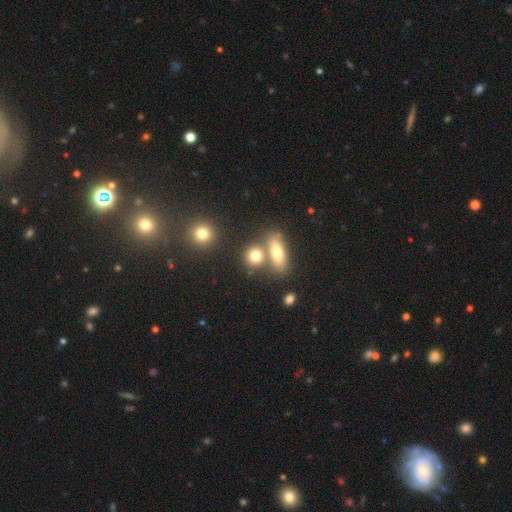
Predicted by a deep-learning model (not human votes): Morphology: type=smooth (77%); roundness=round (57%); merging=none (58%).